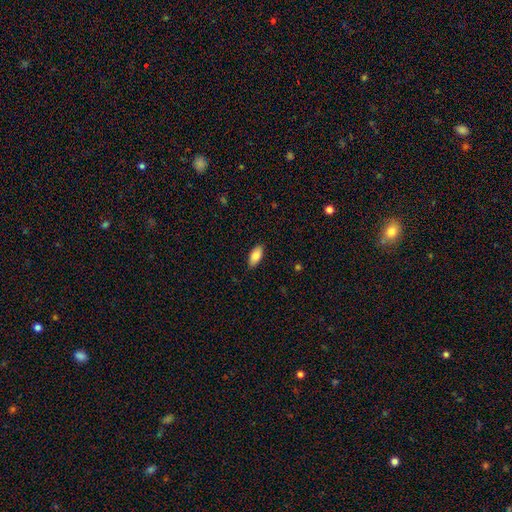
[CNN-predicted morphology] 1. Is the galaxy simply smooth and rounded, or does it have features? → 85% smooth, 8% featured or disk, 7% star or artifact.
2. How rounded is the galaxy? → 91% in between, 7% cigar-shaped, 2% round.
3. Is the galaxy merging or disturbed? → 88% none, 9% minor disturbance, 2% major disturbance, 1% merger.